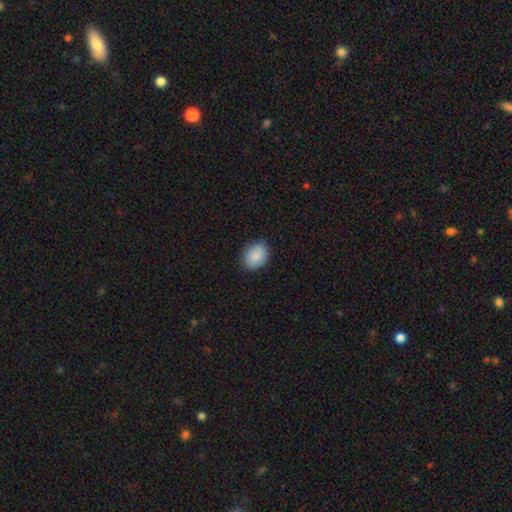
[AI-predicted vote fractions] Smooth or featured?
  - smooth: 89% *
  - star or artifact: 7%
  - featured or disk: 5%
How rounded?
  - in between: 64% *
  - round: 35%
  - cigar-shaped: 1%
Merging?
  - none: 86% *
  - minor disturbance: 11%
  - major disturbance: 2%
  - merger: 1%